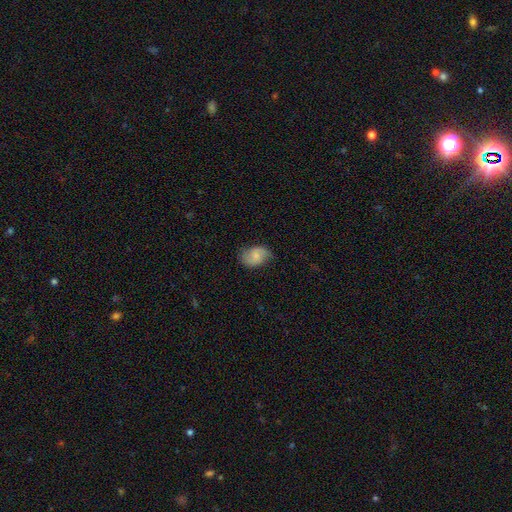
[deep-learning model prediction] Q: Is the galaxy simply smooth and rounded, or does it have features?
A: smooth — 49%.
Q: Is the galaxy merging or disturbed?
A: none — 70%.